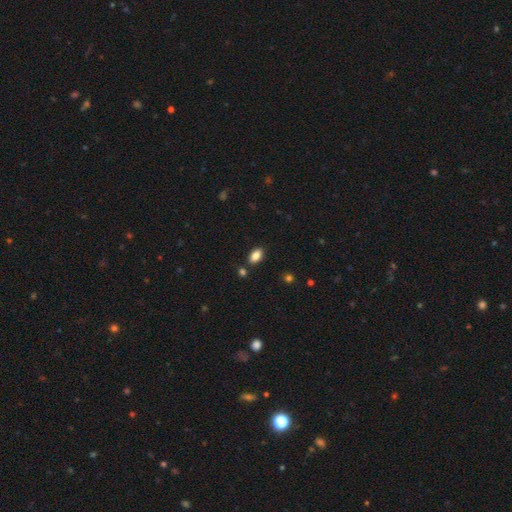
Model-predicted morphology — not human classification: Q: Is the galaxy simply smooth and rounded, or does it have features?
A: smooth — 86%.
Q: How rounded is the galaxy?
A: in between — 91%.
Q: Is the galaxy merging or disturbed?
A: none — 84%.